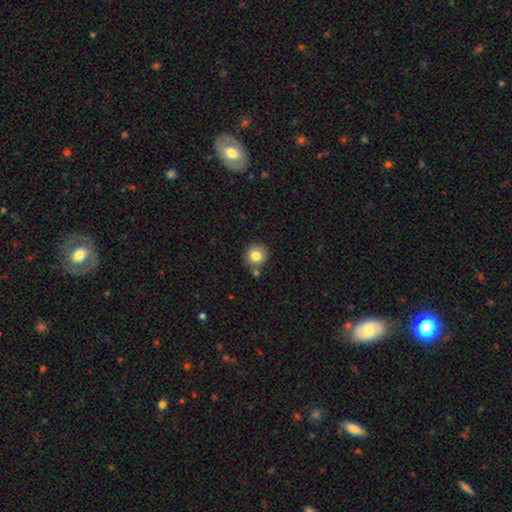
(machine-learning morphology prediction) type=smooth (82%); roundness=round (92%); merging=none (77%).